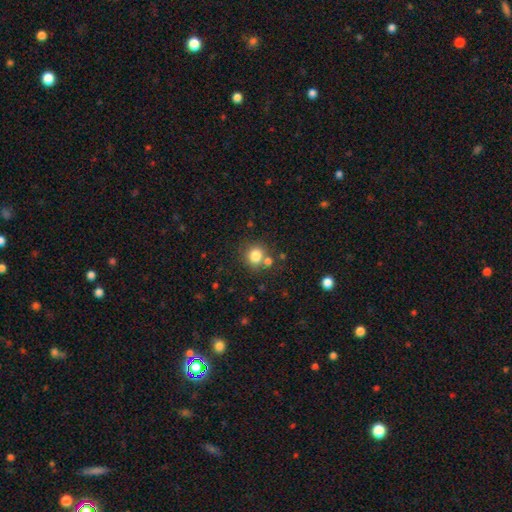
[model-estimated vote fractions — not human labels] A smooth galaxy with no disk features (81%) that is round (84%). Merging: none (68%).